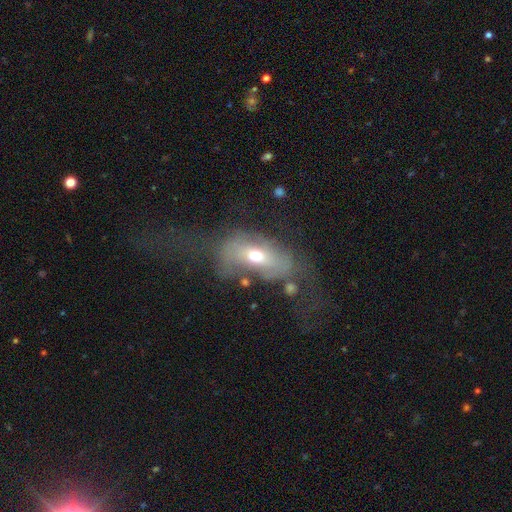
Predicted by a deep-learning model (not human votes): This appears to be a smooth galaxy with no disk features (47%). Merging: major disturbance (40%).